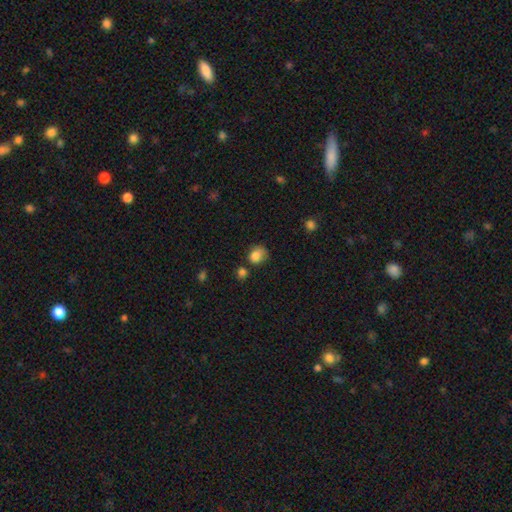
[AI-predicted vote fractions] A smooth galaxy with no disk features (83%) that is round (56%).

Vote fractions:
- Smooth or featured? smooth: 83% / star or artifact: 10% / featured or disk: 7%
- How rounded? round: 56% / in between: 43% / cigar-shaped: 1%
- Merging? none: 52% / minor disturbance: 29% / major disturbance: 10% / merger: 9%